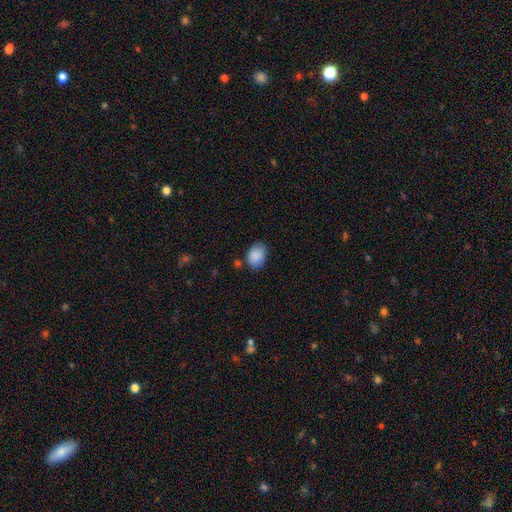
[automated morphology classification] Overall: smooth (89%). How rounded: in between (77%). Merging: none (72%).